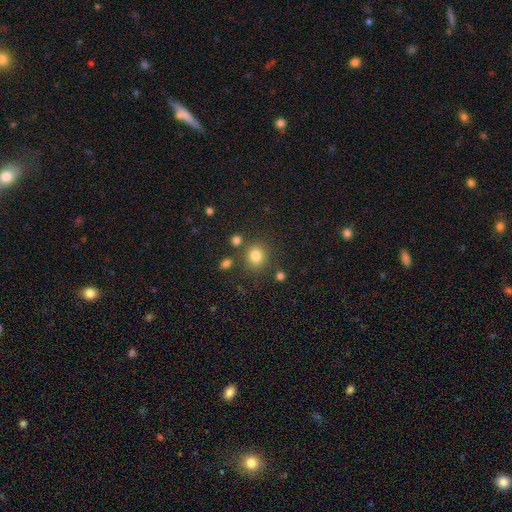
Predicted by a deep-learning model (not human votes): Smooth or featured: smooth — 81% (star or artifact — 13%)
How rounded: round — 82% (in between — 17%)
Merging: none — 79% (minor disturbance — 10%)